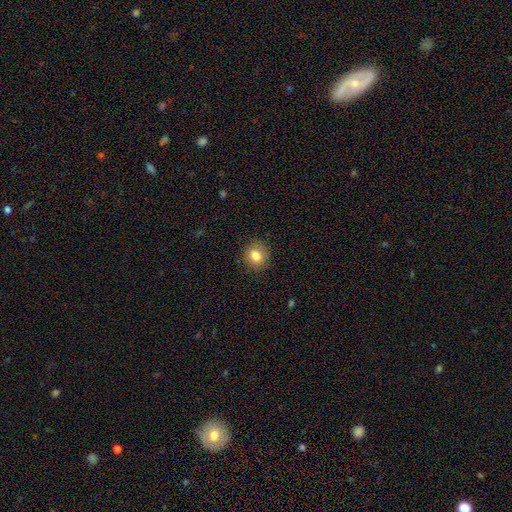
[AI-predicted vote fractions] Smooth or featured? smooth (82%)
How rounded? round (77%)
Merging? none (88%)